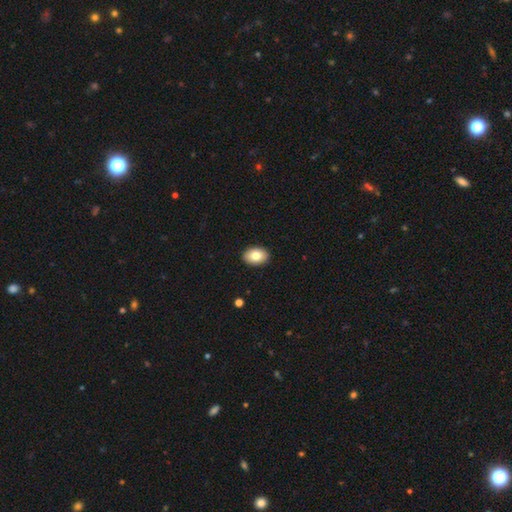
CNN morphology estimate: This appears to be a smooth galaxy with no disk features (81%) that is in between round and cigar-shaped (84%). Merging: none (91%).